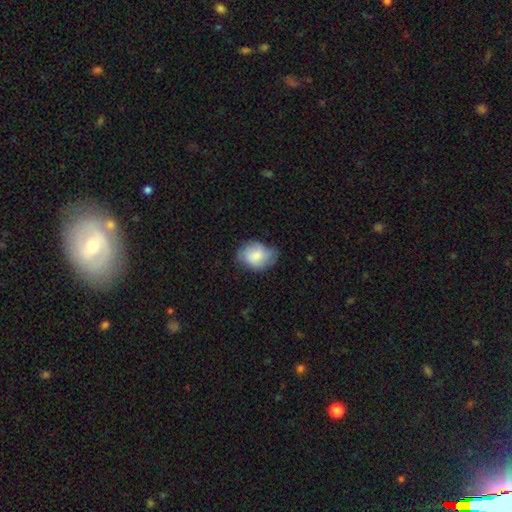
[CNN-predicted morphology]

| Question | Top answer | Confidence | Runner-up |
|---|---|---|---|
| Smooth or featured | smooth | 73% | featured or disk (21%) |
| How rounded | in between | 62% | round (37%) |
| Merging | none | 57% | minor disturbance (33%) |